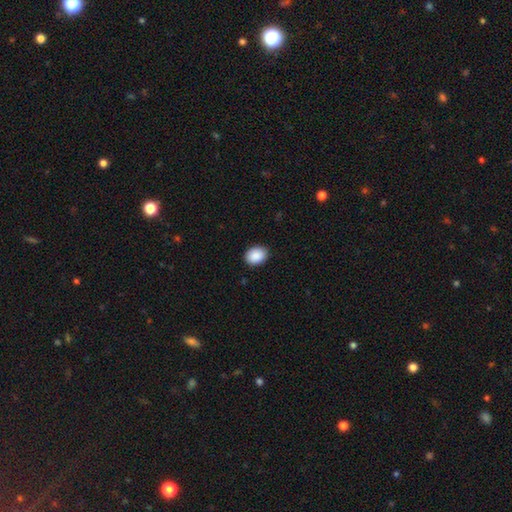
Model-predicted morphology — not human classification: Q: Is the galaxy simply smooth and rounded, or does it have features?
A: smooth — 90%.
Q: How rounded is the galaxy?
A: in between — 66%.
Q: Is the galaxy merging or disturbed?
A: none — 89%.